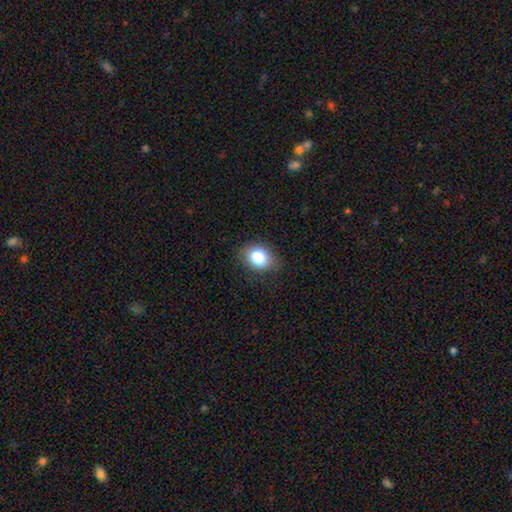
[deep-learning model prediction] A smooth galaxy with no disk features (84%) that is in between round and cigar-shaped (63%).

Vote fractions:
- Smooth or featured? smooth: 84% / star or artifact: 9% / featured or disk: 7%
- How rounded? in between: 63% / round: 36% / cigar-shaped: 1%
- Merging? none: 79% / minor disturbance: 16% / major disturbance: 4% / merger: 1%